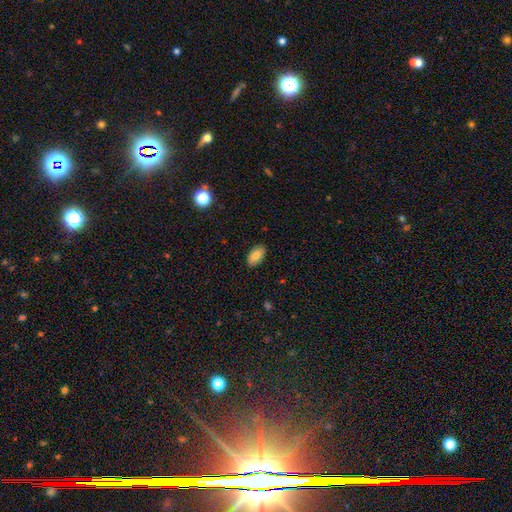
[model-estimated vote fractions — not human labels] This is likely a smooth galaxy (78%). How rounded: clearly in between (93%). Merging: clearly none (87%).